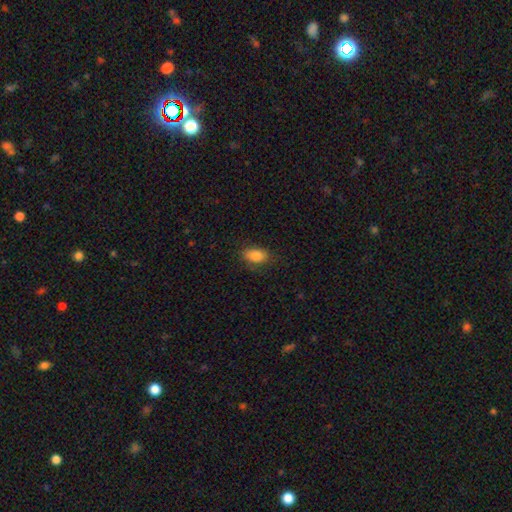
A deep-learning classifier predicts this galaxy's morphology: This appears to be a smooth galaxy with no disk features (84%) that is in between round and cigar-shaped (88%). Merging: none (79%).